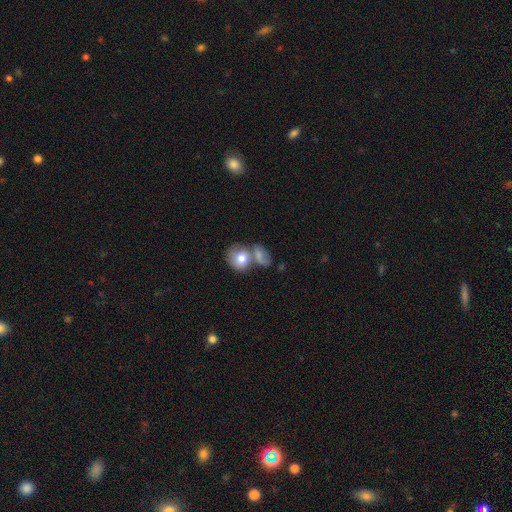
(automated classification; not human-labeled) Morphology: type=smooth (64%); roundness=round (53%); merging=merger (43%).